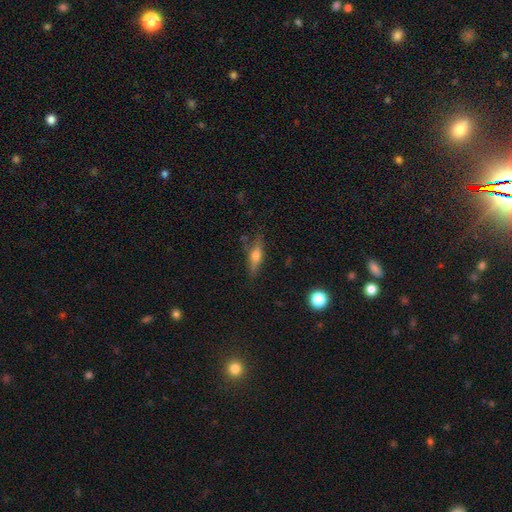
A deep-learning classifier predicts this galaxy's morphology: A smooth galaxy with no disk features (48%). Merging: none (75%).